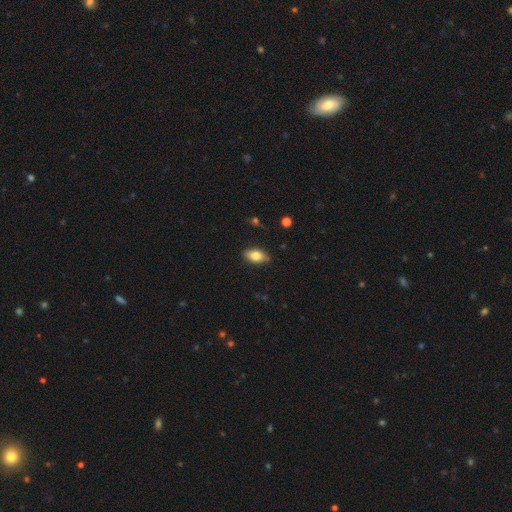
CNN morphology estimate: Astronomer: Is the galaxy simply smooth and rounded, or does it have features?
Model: smooth — 78%.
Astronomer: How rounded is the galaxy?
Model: in between — 89%.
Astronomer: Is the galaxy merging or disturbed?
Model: none — 83%.